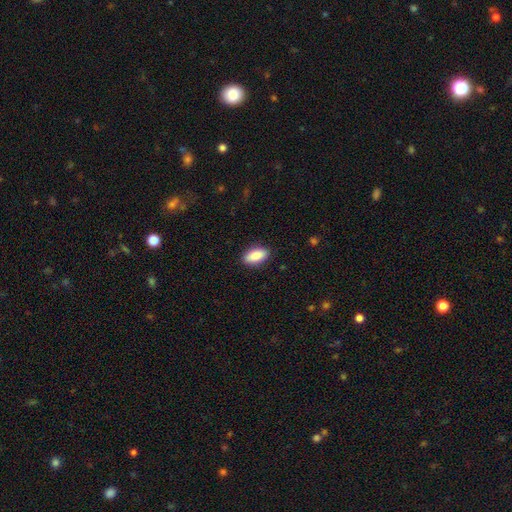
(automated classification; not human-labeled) A smooth galaxy with no disk features (88%) that is in between round and cigar-shaped (90%).

Vote fractions:
- Smooth or featured? smooth: 88% / star or artifact: 6% / featured or disk: 5%
- How rounded? in between: 90% / cigar-shaped: 7% / round: 3%
- Merging? none: 89% / minor disturbance: 8% / major disturbance: 2% / merger: 1%